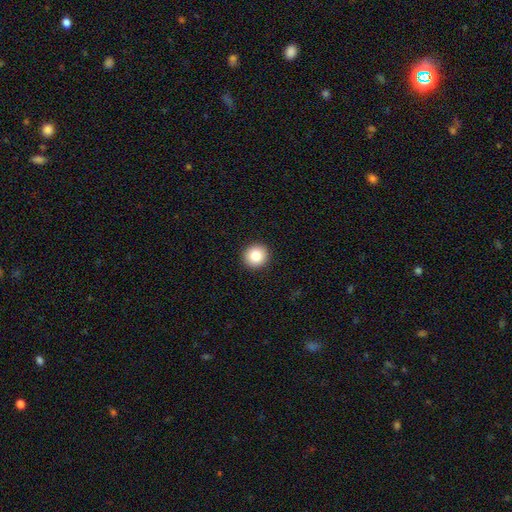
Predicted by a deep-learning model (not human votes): Smooth or featured: smooth — 84% (star or artifact — 9%)
How rounded: round — 92% (in between — 7%)
Merging: none — 93% (minor disturbance — 5%)